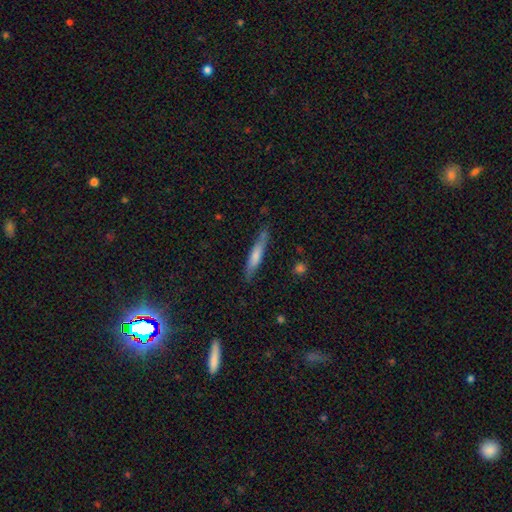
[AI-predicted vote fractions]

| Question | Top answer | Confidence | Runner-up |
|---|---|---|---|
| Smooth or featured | featured or disk | 50% | smooth (38%) |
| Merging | none | 81% | minor disturbance (14%) |